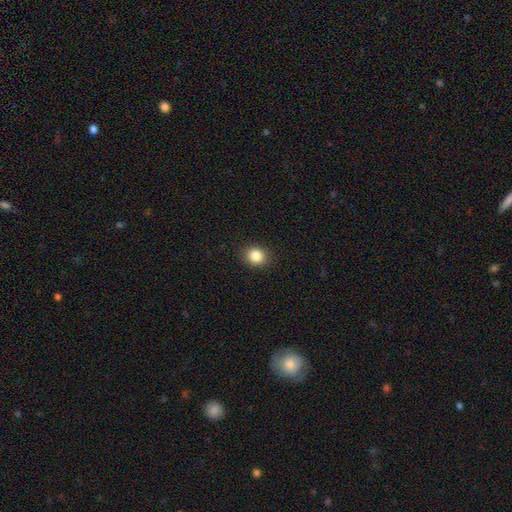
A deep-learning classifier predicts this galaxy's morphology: This is clearly a smooth galaxy (85%). How rounded: likely round (67%). Merging: clearly none (90%).